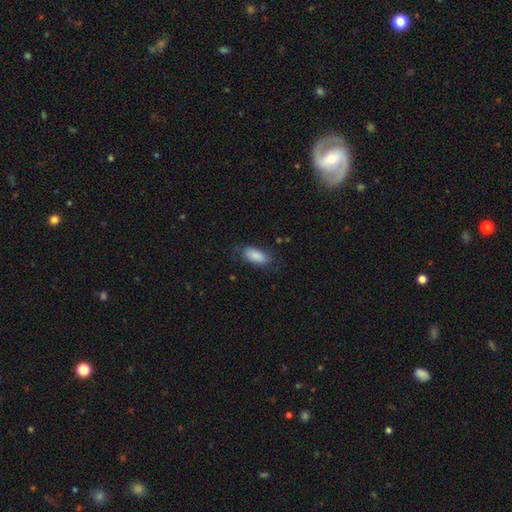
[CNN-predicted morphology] A smooth galaxy with no disk features (85%) that is in between round and cigar-shaped (88%). Merging: none (71%).